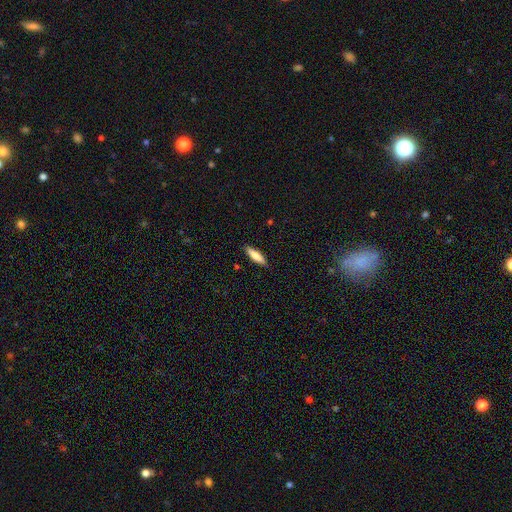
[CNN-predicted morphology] The model was most divided on "how rounded": cigar-shaped: 70%, in between: 28%, round: 2%. More confident: merging — none (88%); smooth or featured — smooth (74%).